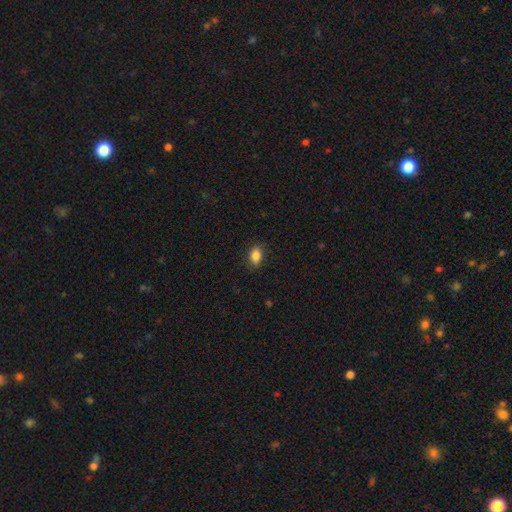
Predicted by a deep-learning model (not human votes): Smooth or featured?
  - smooth: 86% *
  - star or artifact: 9%
  - featured or disk: 5%
How rounded?
  - in between: 77% *
  - round: 21%
  - cigar-shaped: 2%
Merging?
  - none: 83% *
  - minor disturbance: 13%
  - major disturbance: 3%
  - merger: 1%